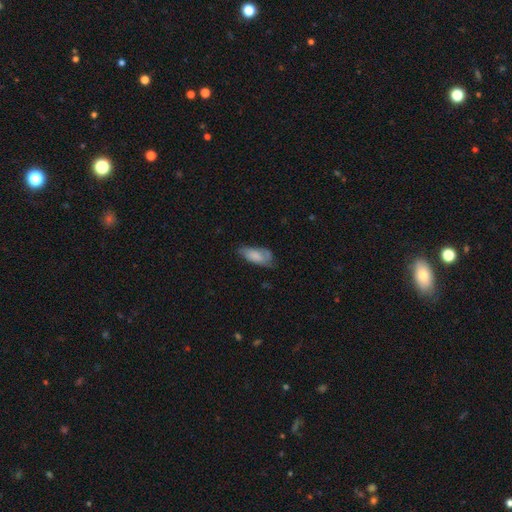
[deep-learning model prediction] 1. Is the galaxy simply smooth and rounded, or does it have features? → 65% smooth, 28% featured or disk, 7% star or artifact.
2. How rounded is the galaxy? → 83% in between, 14% cigar-shaped, 2% round.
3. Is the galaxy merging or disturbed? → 50% none, 33% minor disturbance, 14% major disturbance, 2% merger.